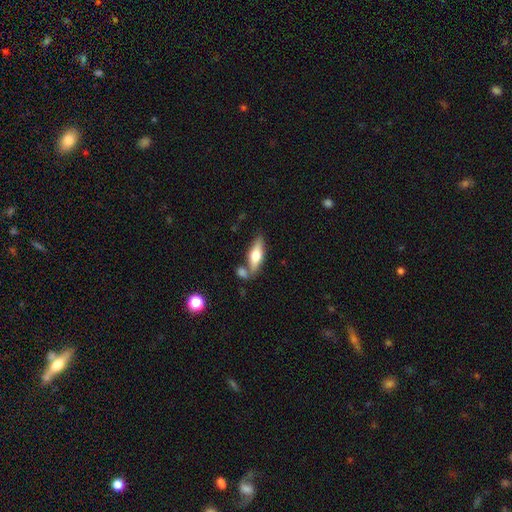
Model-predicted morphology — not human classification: Q: Smooth or featured?
A: smooth (54%); runner-up: featured or disk (40%)
Q: How rounded?
A: in between (55%); runner-up: cigar-shaped (42%)
Q: Merging?
A: none (64%); runner-up: merger (19%)